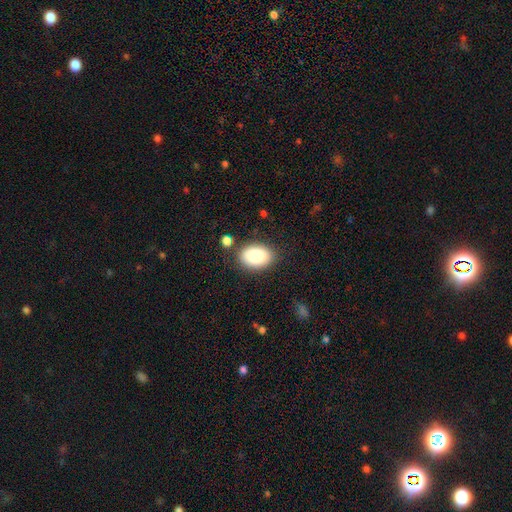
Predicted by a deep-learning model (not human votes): This is clearly a smooth galaxy (86%). How rounded: clearly in between (87%). Merging: clearly none (84%).